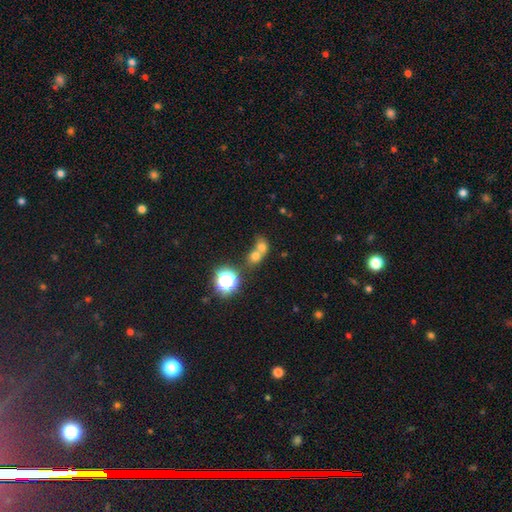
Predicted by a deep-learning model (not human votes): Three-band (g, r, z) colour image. It shows a smooth galaxy with no disk features (66%) that is round (66%). Merging: merger (60%).